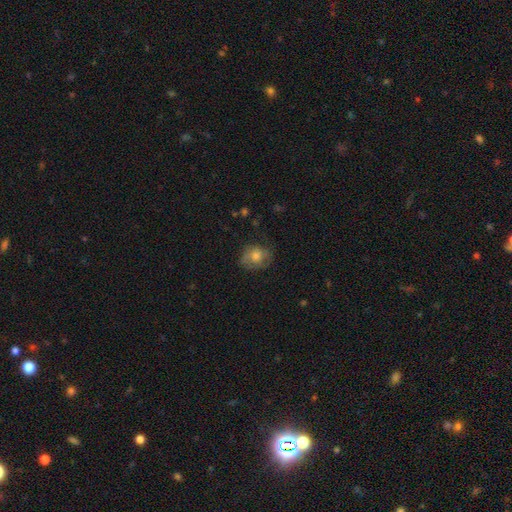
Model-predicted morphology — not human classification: smooth 58%, featured or disk 31%, star or artifact 11%. Down the decision tree: how rounded — round (62%); merging — none (63%).